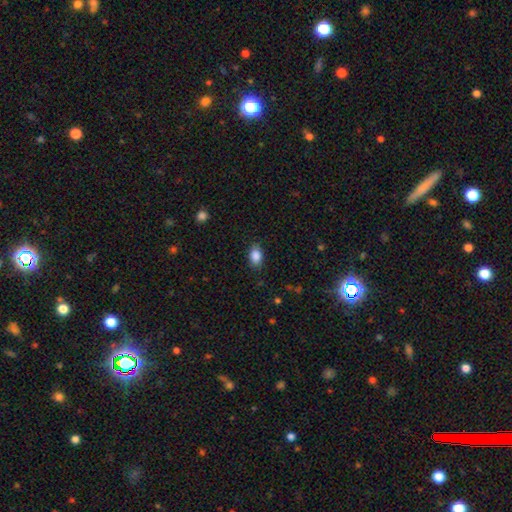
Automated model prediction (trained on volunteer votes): A smooth galaxy with no disk features (87%) that is in between round and cigar-shaped (87%). Merging: none (84%).